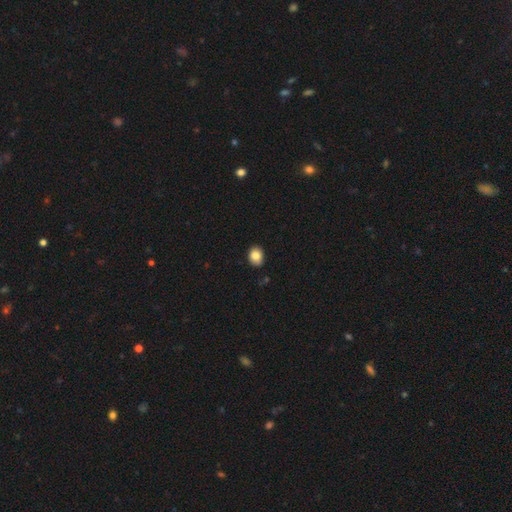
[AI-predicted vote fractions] This is clearly a smooth galaxy (85%). How rounded: likely in between (62%). Merging: clearly none (87%).